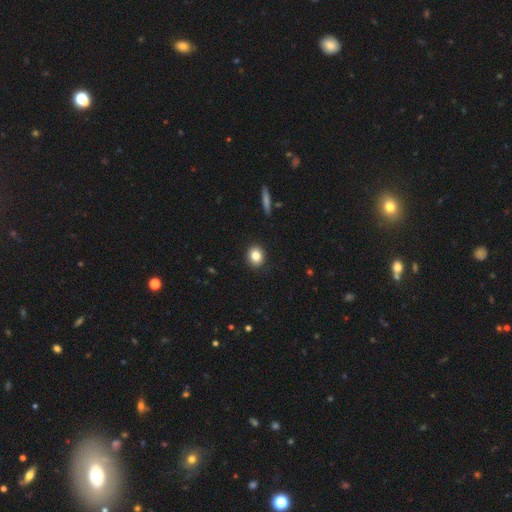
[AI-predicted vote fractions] This is clearly a smooth galaxy (83%). How rounded: likely round (67%). Merging: clearly none (91%).